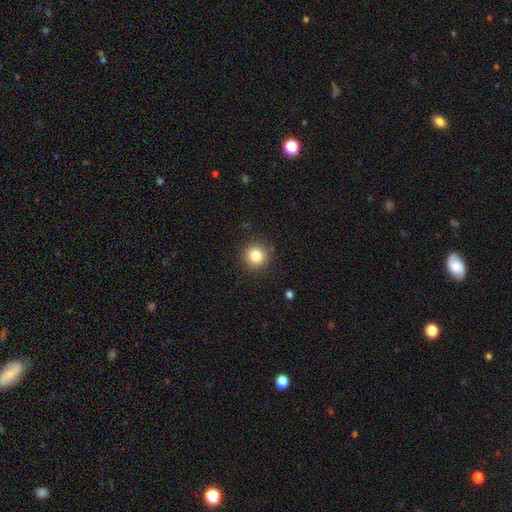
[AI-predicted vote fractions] The model was most divided on "smooth or featured": smooth: 83%, star or artifact: 11%, featured or disk: 6%. More confident: how rounded — round (94%); merging — none (90%).